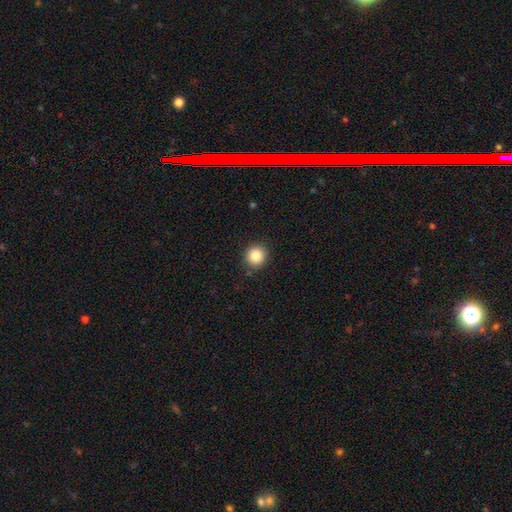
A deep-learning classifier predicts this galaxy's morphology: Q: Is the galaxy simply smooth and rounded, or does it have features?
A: smooth — 87%.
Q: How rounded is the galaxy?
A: round — 92%.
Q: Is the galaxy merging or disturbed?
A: none — 90%.